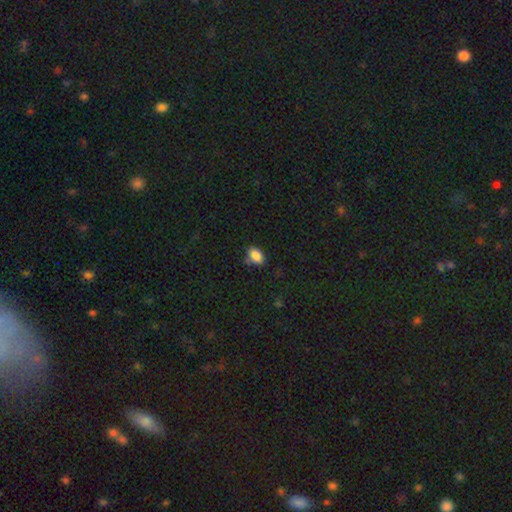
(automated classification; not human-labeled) This is clearly a smooth galaxy (85%). How rounded: clearly in between (88%). Merging: likely none (68%).